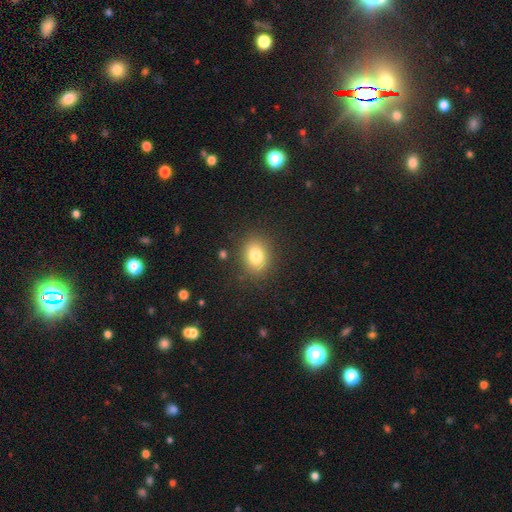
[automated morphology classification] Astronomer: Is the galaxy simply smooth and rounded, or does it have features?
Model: smooth — 81%.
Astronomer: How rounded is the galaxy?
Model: in between — 59% (runner-up: round, 39%).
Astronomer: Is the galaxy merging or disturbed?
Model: none — 85%.